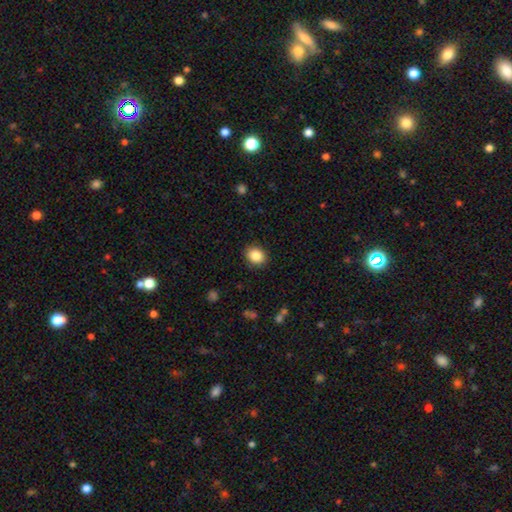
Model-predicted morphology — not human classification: Smooth or featured? smooth (86%)
How rounded? round (59%)
Merging? none (89%)